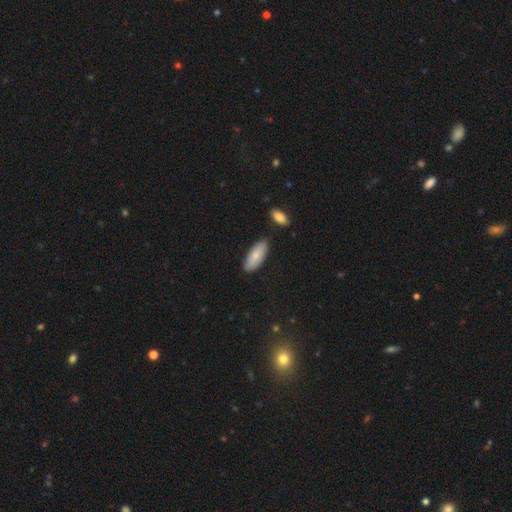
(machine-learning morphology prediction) smooth_or_featured: smooth (p=0.81) [alt: featured or disk p=0.13]
how_rounded: in between (p=0.79) [alt: cigar-shaped p=0.19]
merging: none (p=0.82) [alt: minor disturbance p=0.13]